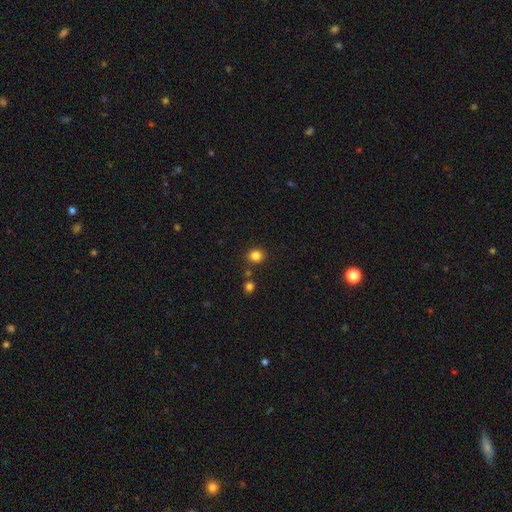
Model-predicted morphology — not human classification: Q: Smooth or featured?
A: smooth (83%); runner-up: star or artifact (12%)
Q: How rounded?
A: round (77%); runner-up: in between (22%)
Q: Merging?
A: none (83%); runner-up: minor disturbance (8%)